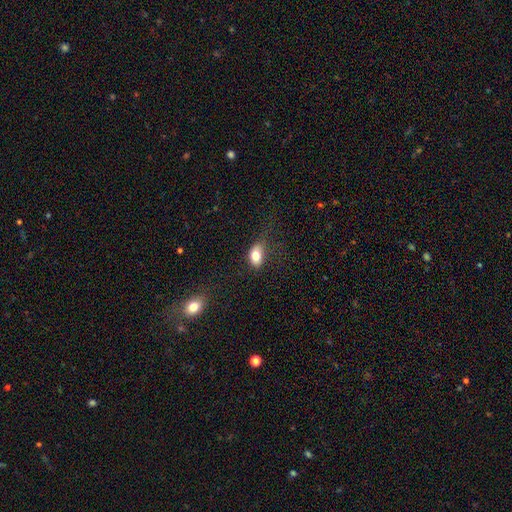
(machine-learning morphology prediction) Smooth or featured: smooth — 79% (featured or disk — 11%)
How rounded: in between — 83% (round — 15%)
Merging: none — 53% (minor disturbance — 29%)